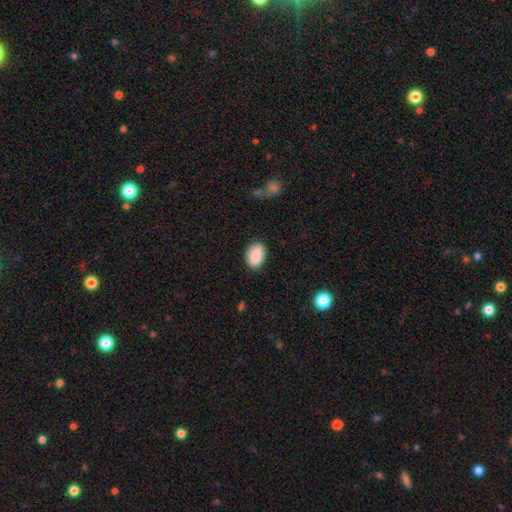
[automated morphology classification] smooth-or-featured: smooth: 89% | star or artifact: 7% | featured or disk: 4%
  how-rounded: in between: 85% | round: 14% | cigar-shaped: 1%
  merging: none: 84% | minor disturbance: 13% | major disturbance: 3% | merger: 1%